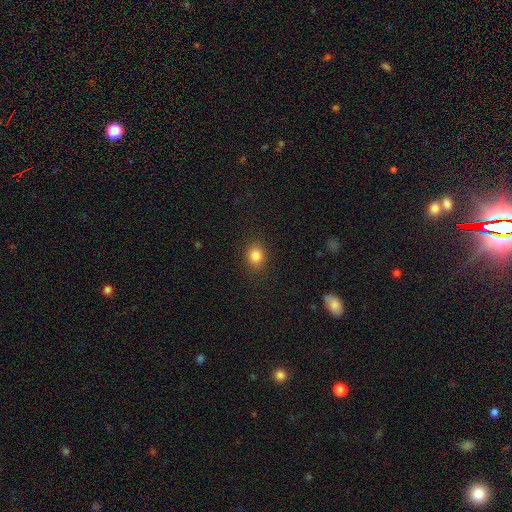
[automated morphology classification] smooth-or-featured: smooth: 84% | star or artifact: 11% | featured or disk: 5%
  how-rounded: round: 68% | in between: 31% | cigar-shaped: 1%
  merging: none: 89% | minor disturbance: 8% | major disturbance: 3% | merger: 1%